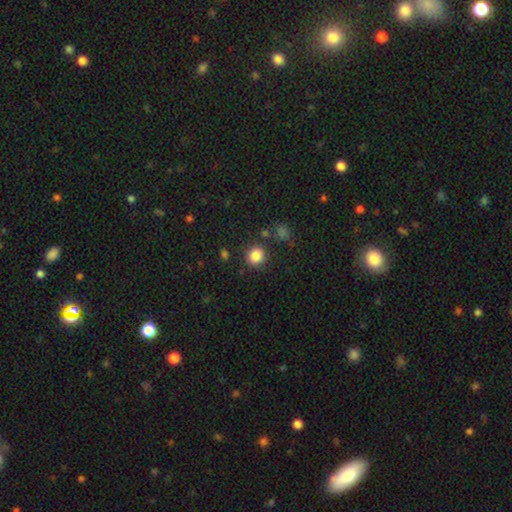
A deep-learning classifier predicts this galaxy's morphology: A smooth galaxy with no disk features (86%) that is round (82%).

Vote fractions:
- Smooth or featured? smooth: 86% / star or artifact: 10% / featured or disk: 4%
- How rounded? round: 82% / in between: 17% / cigar-shaped: 1%
- Merging? none: 85% / minor disturbance: 9% / merger: 4% / major disturbance: 3%